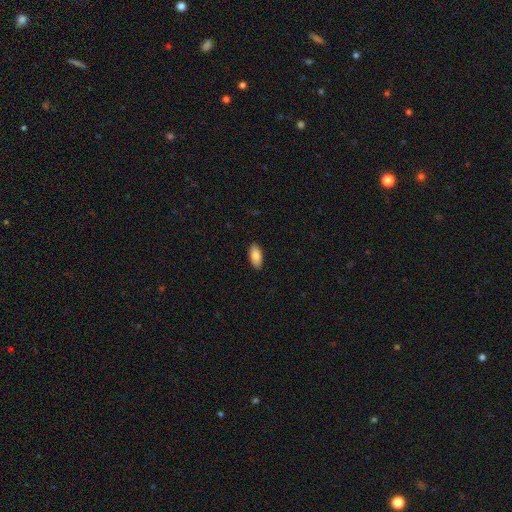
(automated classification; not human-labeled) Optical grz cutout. It shows a smooth galaxy with no disk features (86%) that is in between round and cigar-shaped (92%). Merging: none (90%).